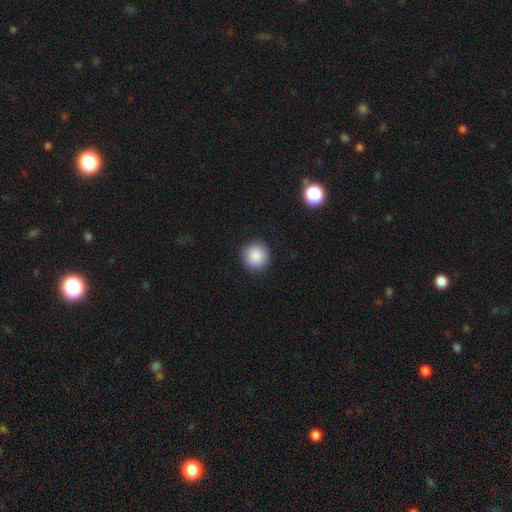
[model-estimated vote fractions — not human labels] A smooth galaxy with no disk features (88%) that is round (95%).

Vote fractions:
- Smooth or featured? smooth: 88% / star or artifact: 9% / featured or disk: 4%
- How rounded? round: 95% / in between: 5% / cigar-shaped: 1%
- Merging? none: 92% / minor disturbance: 6% / major disturbance: 2% / merger: 1%